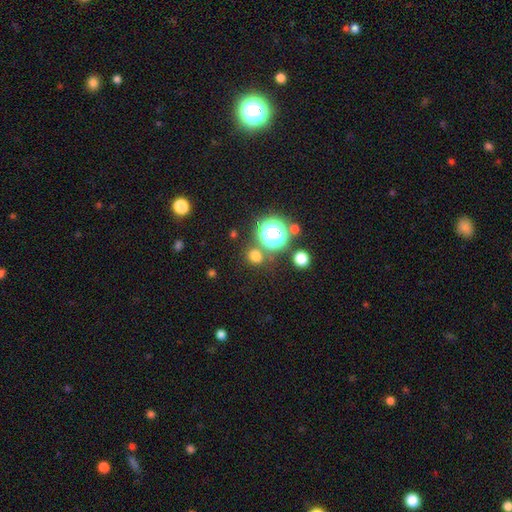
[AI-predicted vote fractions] Smooth or featured? smooth (69%)
How rounded? round (83%)
Merging? none (77%)